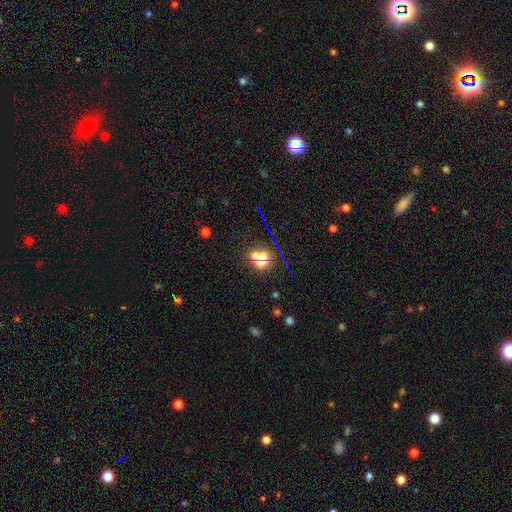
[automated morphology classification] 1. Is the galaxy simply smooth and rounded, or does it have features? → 52% smooth, 31% star or artifact, 17% featured or disk.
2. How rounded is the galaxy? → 76% round, 21% in between, 3% cigar-shaped.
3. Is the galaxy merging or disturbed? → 58% none, 26% merger, 10% minor disturbance, 6% major disturbance.